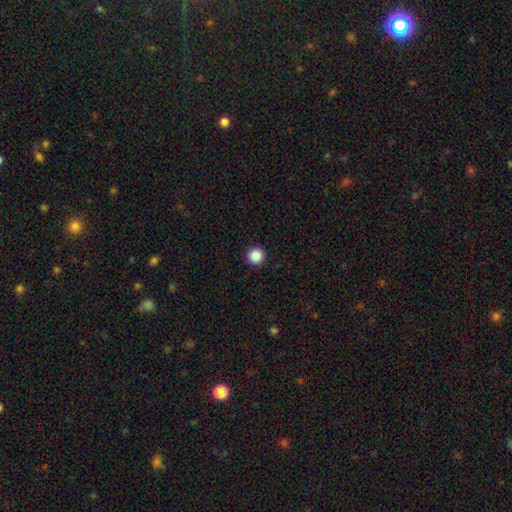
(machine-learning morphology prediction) smooth-or-featured: smooth: 88% | star or artifact: 10% | featured or disk: 3%
  how-rounded: round: 96% | in between: 3% | cigar-shaped: 1%
  merging: none: 93% | minor disturbance: 4% | major disturbance: 2% | merger: 1%